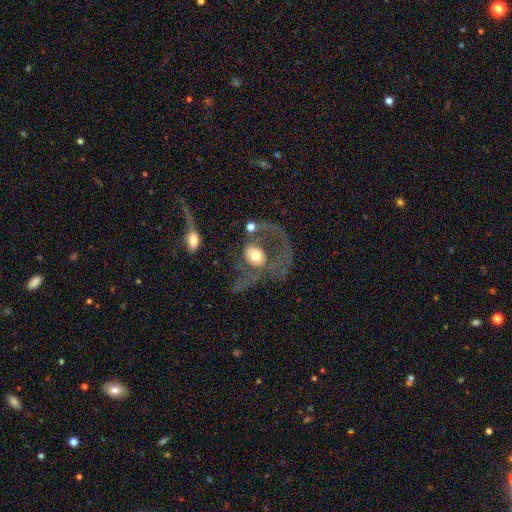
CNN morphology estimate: Overall: featured or disk (54%; smooth 38%). Edge-on disk: no (95%). Bar: no (78%). Spiral arms: no (55%; yes 45%). Bulge size: moderate (60%; large 25%). Merging: major disturbance (48%; none 27%).